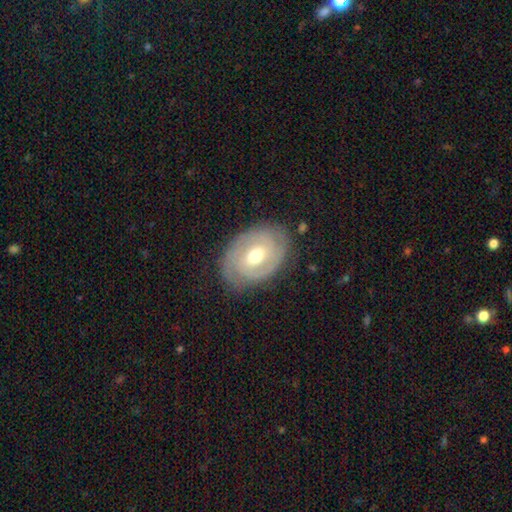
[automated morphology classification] Smooth or featured? featured or disk (78%)
Edge-on disk? no (96%)
Bar? weak (47%)
Spiral arms? yes (87%)
Spiral winding? tight (68%)
Spiral arm count? 2 (55%)
Bulge size? moderate (74%)
Merging? none (79%)